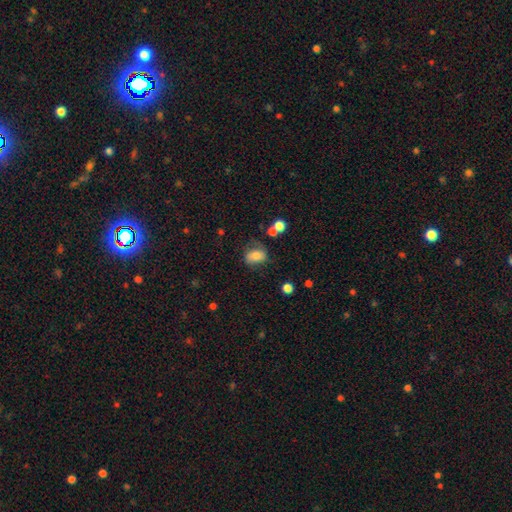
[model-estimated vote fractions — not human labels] This is likely a smooth galaxy (70%). How rounded: likely in between (69%). Merging: possibly none (53%).